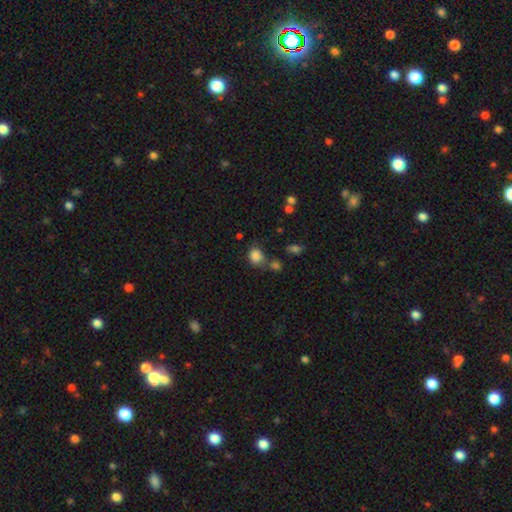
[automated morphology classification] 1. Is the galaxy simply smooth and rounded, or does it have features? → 84% smooth, 11% star or artifact, 5% featured or disk.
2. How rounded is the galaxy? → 59% round, 40% in between, 1% cigar-shaped.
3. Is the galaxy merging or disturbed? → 59% none, 18% minor disturbance, 17% merger, 6% major disturbance.